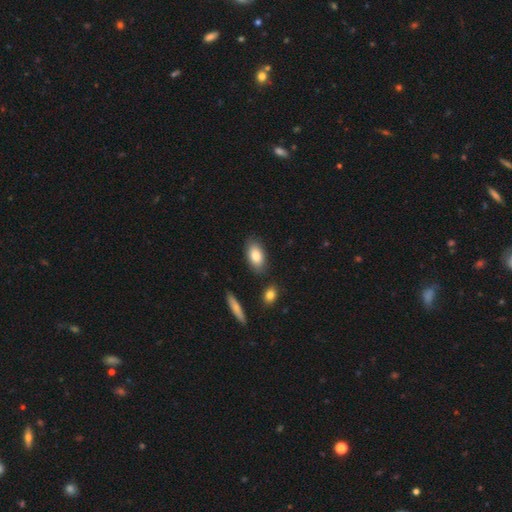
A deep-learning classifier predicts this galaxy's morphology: smooth-or-featured: smooth: 84% | featured or disk: 10% | star or artifact: 6%
  how-rounded: in between: 91% | round: 5% | cigar-shaped: 4%
  merging: none: 83% | minor disturbance: 11% | merger: 4% | major disturbance: 3%